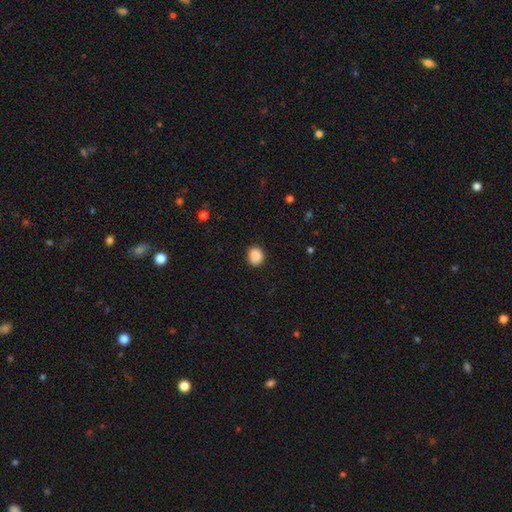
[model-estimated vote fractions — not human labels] A smooth galaxy with no disk features (88%) that is round (69%).

Vote fractions:
- Smooth or featured? smooth: 88% / star or artifact: 9% / featured or disk: 3%
- How rounded? round: 69% / in between: 30% / cigar-shaped: 1%
- Merging? none: 86% / minor disturbance: 10% / major disturbance: 3% / merger: 1%